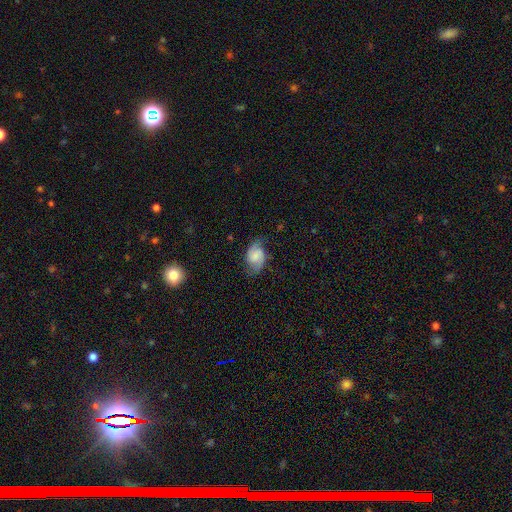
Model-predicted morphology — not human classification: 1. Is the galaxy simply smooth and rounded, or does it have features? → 58% featured or disk, 33% smooth, 9% star or artifact.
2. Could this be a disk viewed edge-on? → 97% no, 3% yes.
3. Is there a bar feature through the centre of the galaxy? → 49% no, 41% weak, 10% strong.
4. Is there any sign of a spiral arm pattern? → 92% yes, 8% no.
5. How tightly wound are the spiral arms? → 46% medium, 34% loose, 19% tight.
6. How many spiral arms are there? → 88% 2, 6% can't tell, 3% 1, 1% 3, 1% 4, 1% more than 4.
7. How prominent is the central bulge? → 35% small, 28% none, 25% moderate, 9% large, 3% dominant.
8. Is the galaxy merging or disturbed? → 68% none, 23% minor disturbance, 8% major disturbance, 1% merger.